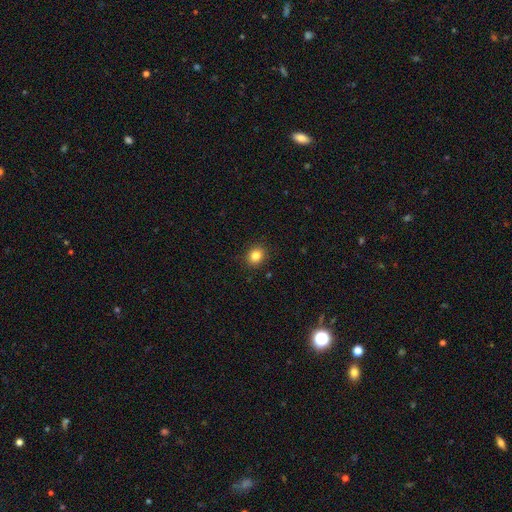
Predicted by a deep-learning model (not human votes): Smooth or featured: smooth — 83% (star or artifact — 11%)
How rounded: round — 71% (in between — 28%)
Merging: none — 90% (minor disturbance — 7%)